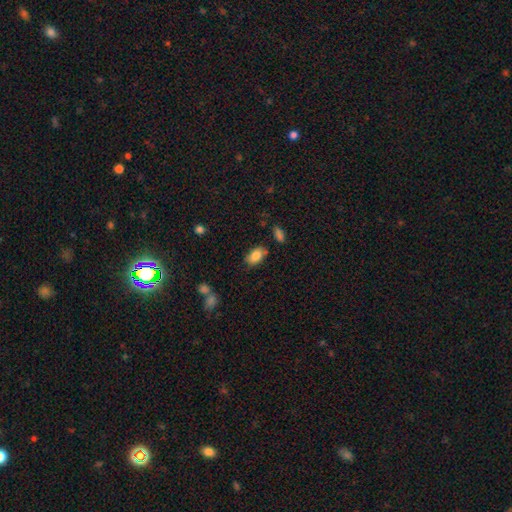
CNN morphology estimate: A smooth galaxy with no disk features (83%) that is in between round and cigar-shaped (91%).

Vote fractions:
- Smooth or featured? smooth: 83% / featured or disk: 9% / star or artifact: 8%
- How rounded? in between: 91% / round: 7% / cigar-shaped: 2%
- Merging? none: 75% / minor disturbance: 17% / merger: 4% / major disturbance: 4%